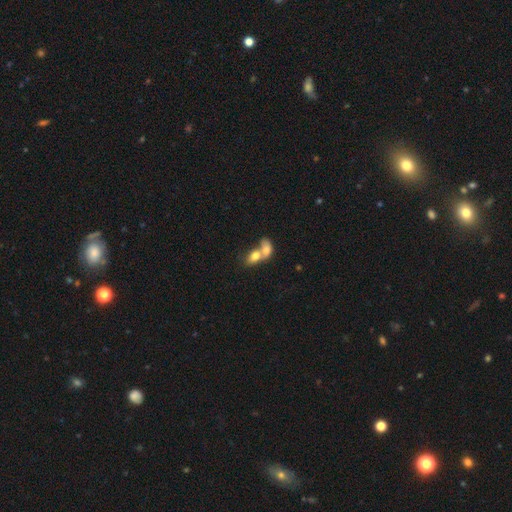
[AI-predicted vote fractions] Smooth or featured? Predicted: smooth (p=0.73). How rounded? Predicted: in between (p=0.80). Merging? Predicted: merger (p=0.78).